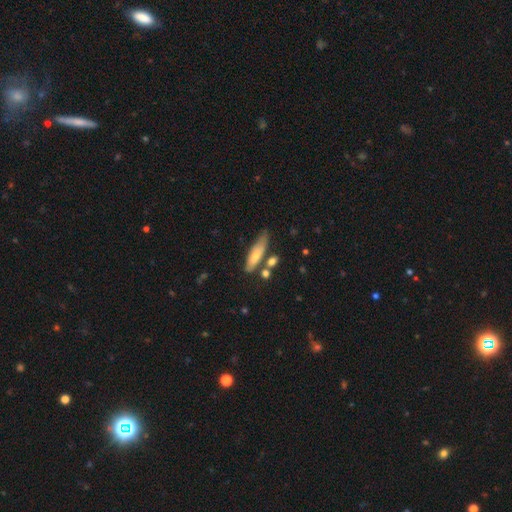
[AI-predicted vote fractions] Smooth or featured? smooth (68%)
How rounded? cigar-shaped (61%)
Merging? none (58%)